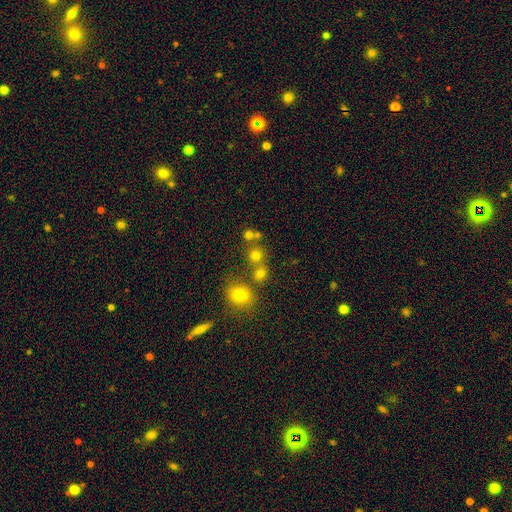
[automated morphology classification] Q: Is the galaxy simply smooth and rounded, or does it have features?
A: smooth — 72%.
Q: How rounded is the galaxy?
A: round — 87%.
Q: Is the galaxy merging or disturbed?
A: none — 61%.